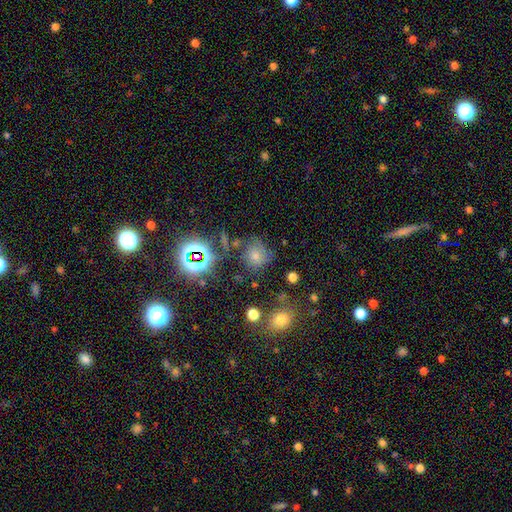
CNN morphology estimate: smooth_or_featured: smooth (p=0.60) [alt: star or artifact p=0.26]
how_rounded: round (p=0.78) [alt: in between p=0.21]
merging: none (p=0.60) [alt: minor disturbance p=0.19]